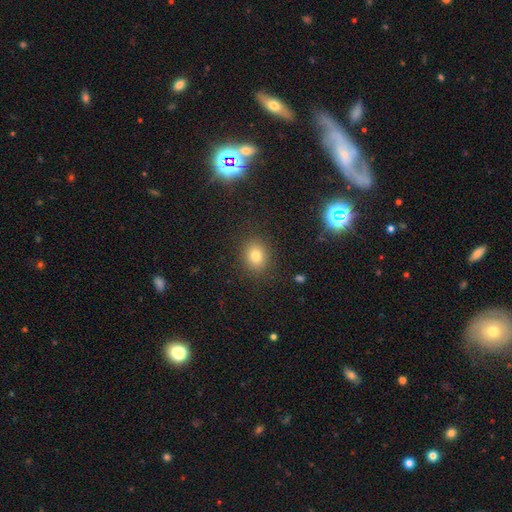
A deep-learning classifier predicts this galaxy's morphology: Overall: smooth (78%). How rounded: round (59%; in between 40%). Merging: none (88%).